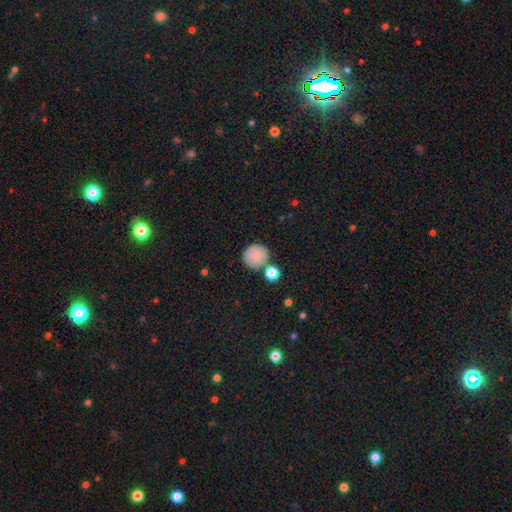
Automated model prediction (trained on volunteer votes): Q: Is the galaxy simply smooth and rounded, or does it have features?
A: smooth — 85%.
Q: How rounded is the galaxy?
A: round — 92%.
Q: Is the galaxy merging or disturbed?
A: none — 73%.